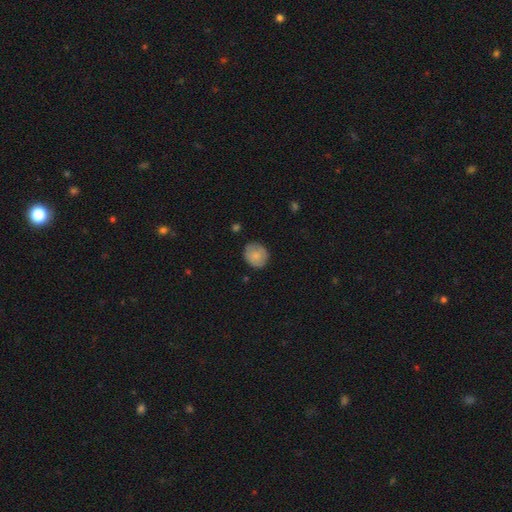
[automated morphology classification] A smooth galaxy with no disk features (80%) that is round (75%).

Vote fractions:
- Smooth or featured? smooth: 80% / featured or disk: 13% / star or artifact: 7%
- How rounded? round: 75% / in between: 24% / cigar-shaped: 1%
- Merging? none: 79% / minor disturbance: 17% / major disturbance: 3% / merger: 1%